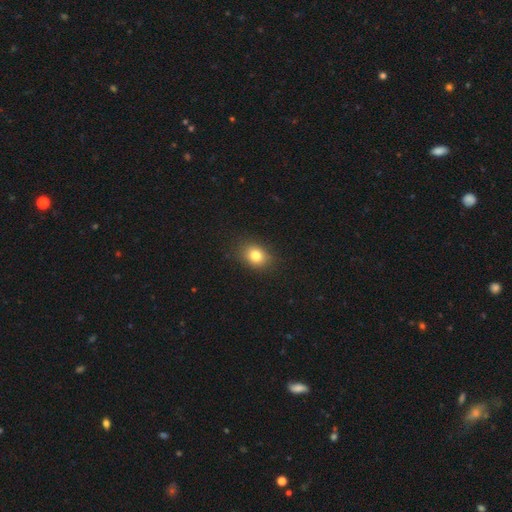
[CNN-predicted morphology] This appears to be a smooth galaxy with no disk features (80%) that is in between round and cigar-shaped (58%). Merging: none (85%).